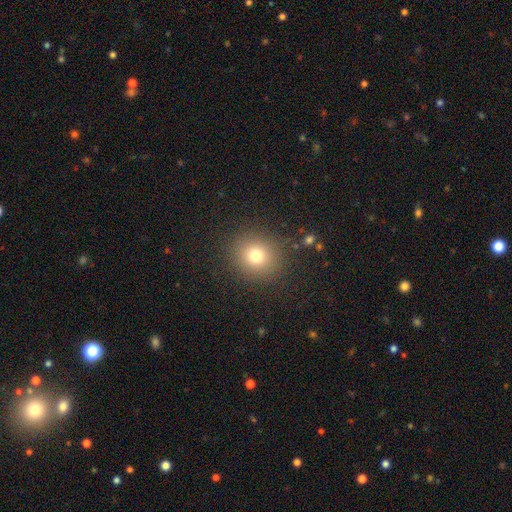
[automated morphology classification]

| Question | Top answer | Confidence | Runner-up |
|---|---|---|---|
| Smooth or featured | smooth | 76% | star or artifact (15%) |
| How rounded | round | 83% | in between (16%) |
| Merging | none | 88% | minor disturbance (8%) |